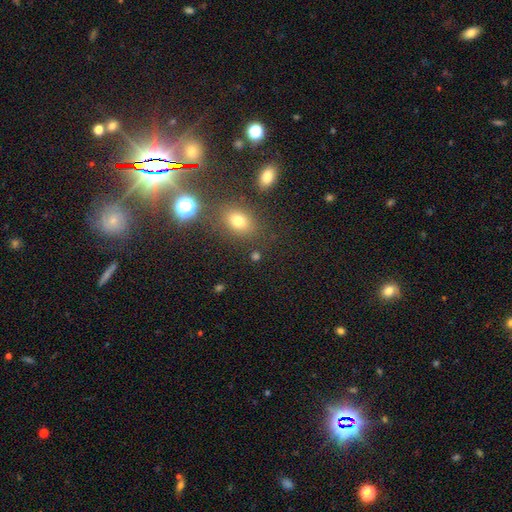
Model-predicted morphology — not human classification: Smooth or featured? smooth (64%)
How rounded? in between (52%)
Merging? none (76%)